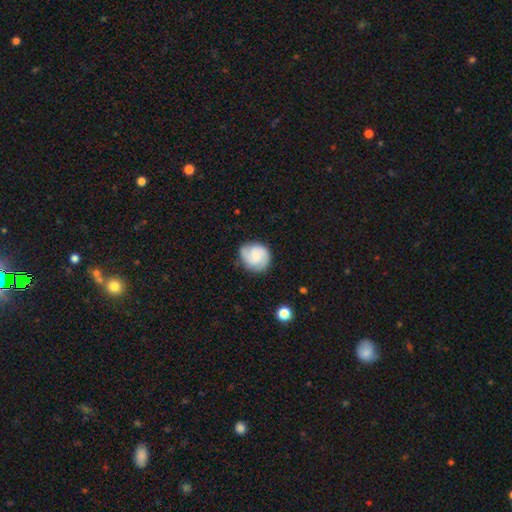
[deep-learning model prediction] Overall: featured or disk (53%; smooth 39%). Edge-on disk: no (98%). Bar: no (63%; weak 32%). Spiral arms: yes (93%). Bulge size: small (42%; none 25%). Merging: none (75%).